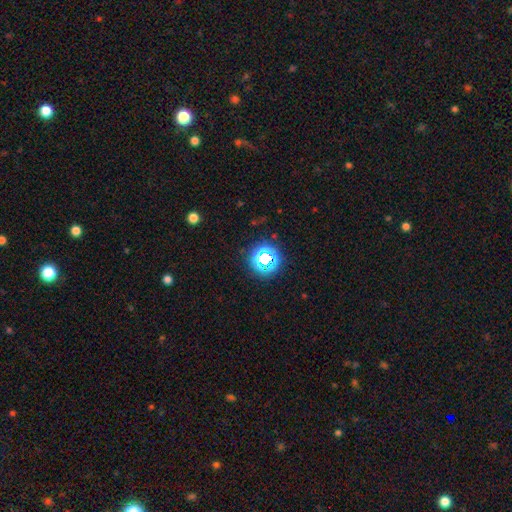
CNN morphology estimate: A star or artifact, not a galaxy (49%).